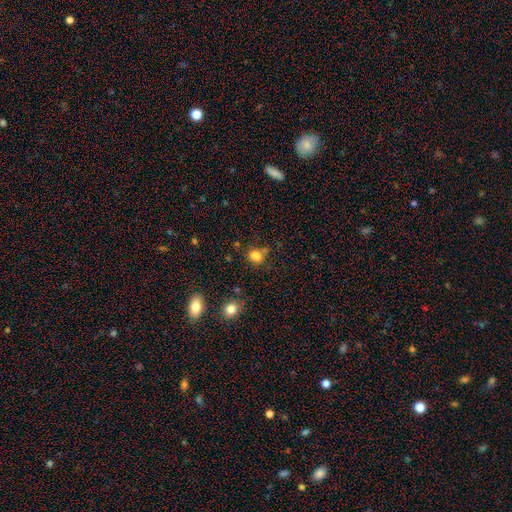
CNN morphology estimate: smooth-or-featured: smooth: 80% | star or artifact: 14% | featured or disk: 6%
  how-rounded: in between: 55% | round: 43% | cigar-shaped: 1%
  merging: none: 60% | minor disturbance: 17% | merger: 16% | major disturbance: 7%